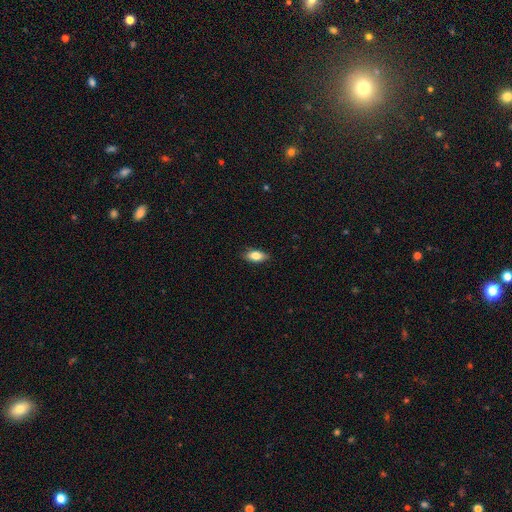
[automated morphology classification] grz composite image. It shows a smooth galaxy with no disk features (79%) that is in between round and cigar-shaped (86%). Merging: none (86%).